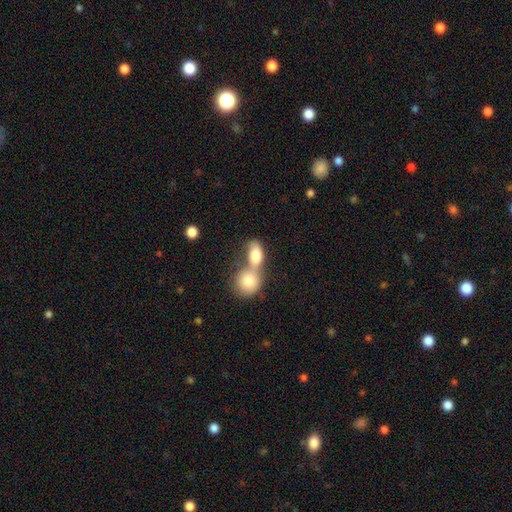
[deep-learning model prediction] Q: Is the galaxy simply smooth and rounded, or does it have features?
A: smooth — 81%.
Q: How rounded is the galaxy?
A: in between — 75%.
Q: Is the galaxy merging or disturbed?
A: merger — 67%.